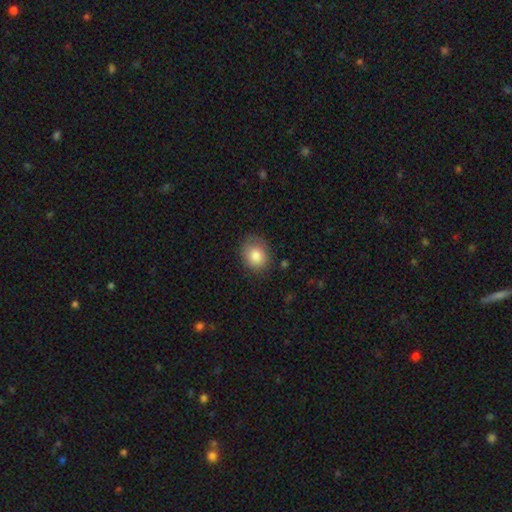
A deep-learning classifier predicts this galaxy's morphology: smooth 83%, star or artifact 8%, featured or disk 8%. Down the decision tree: how rounded — round (60%); merging — none (77%).